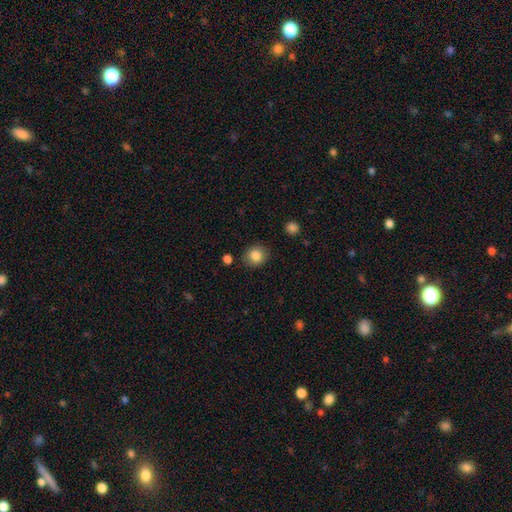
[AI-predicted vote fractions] Smooth or featured? smooth (85%)
How rounded? round (77%)
Merging? none (85%)